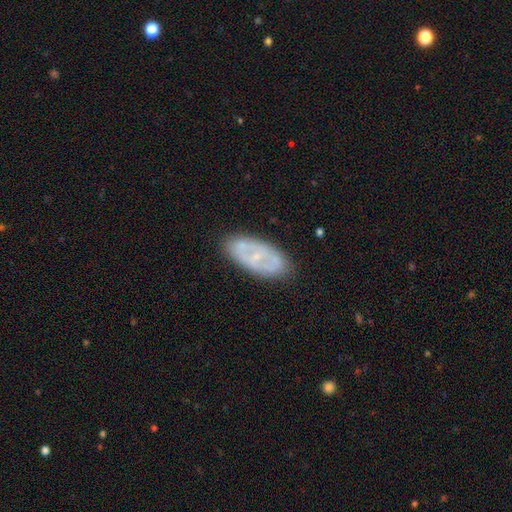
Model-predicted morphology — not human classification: The model was most divided on "smooth or featured": featured or disk: 57%, smooth: 35%, star or artifact: 8%. More confident: edge-on disk — no (90%); merging — none (81%); bulge size — small (66%); bar — no (63%); spiral arms — no (62%).